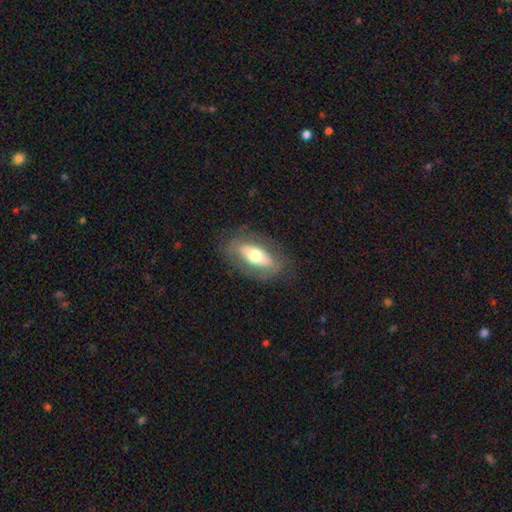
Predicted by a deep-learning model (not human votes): Overall: smooth (49%; featured or disk 44%). Merging: none (77%).